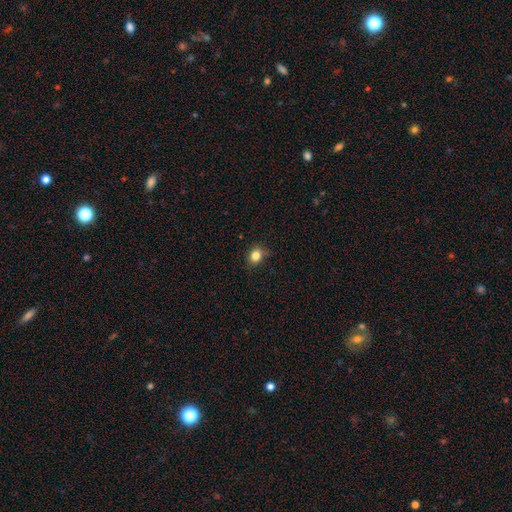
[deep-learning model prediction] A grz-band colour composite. It shows a smooth galaxy with no disk features (83%) that is round (69%). Merging: none (77%).